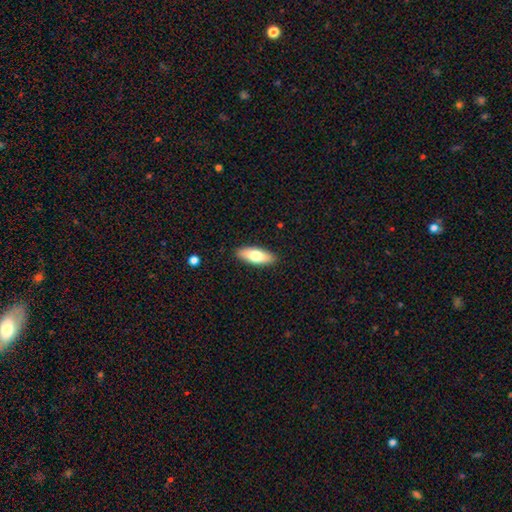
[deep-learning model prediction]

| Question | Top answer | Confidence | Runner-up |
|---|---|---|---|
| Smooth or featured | smooth | 71% | featured or disk (23%) |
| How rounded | in between | 71% | cigar-shaped (27%) |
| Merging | none | 89% | minor disturbance (8%) |